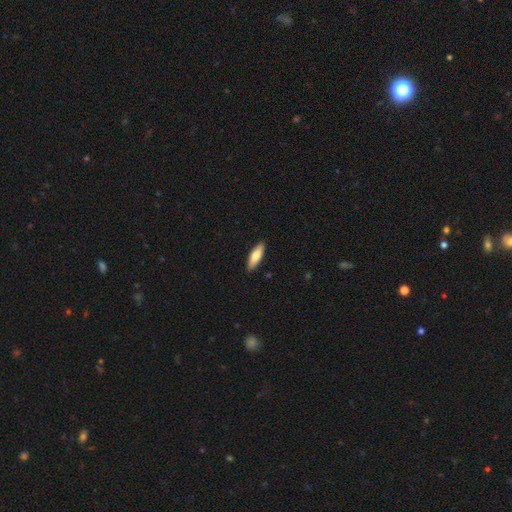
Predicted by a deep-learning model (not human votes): smooth 77%, featured or disk 18%, star or artifact 5%. Down the decision tree: how rounded — in between (53%); merging — none (89%).